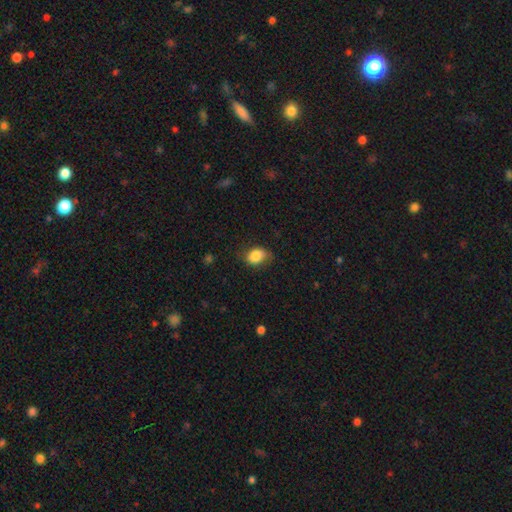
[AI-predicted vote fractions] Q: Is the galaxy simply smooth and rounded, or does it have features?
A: smooth — 81%.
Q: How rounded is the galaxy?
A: in between — 66%.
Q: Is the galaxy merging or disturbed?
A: none — 57%.